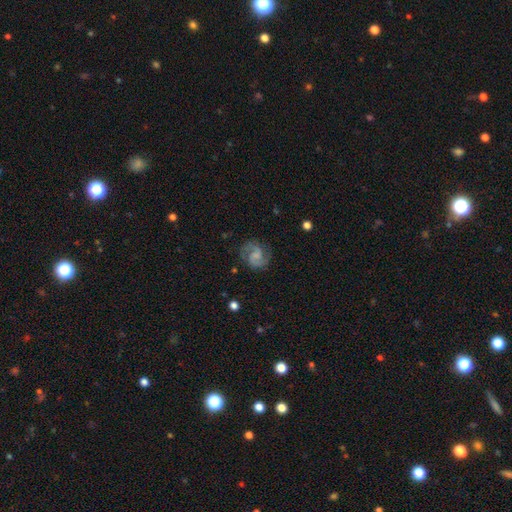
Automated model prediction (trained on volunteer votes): Overall: featured or disk (81%). Edge-on disk: no (98%). Bar: no (47%; weak 45%). Spiral arms: yes (96%). Spiral arm count: 2 (91%). Spiral winding: medium (56%; tight 25%). Bulge size: small (43%; none 29%). Merging: none (78%).